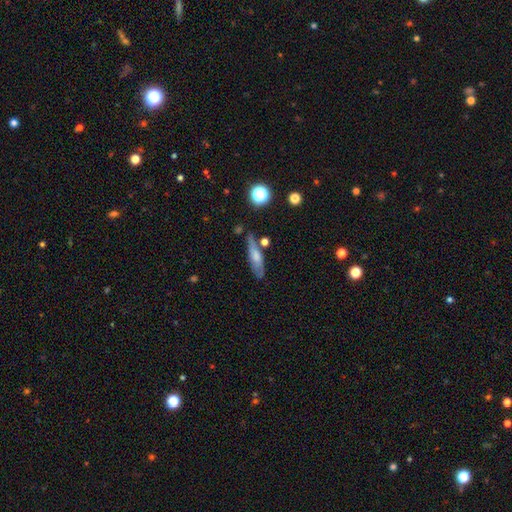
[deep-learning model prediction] Smooth or featured? smooth (61%)
How rounded? cigar-shaped (61%)
Merging? none (65%)